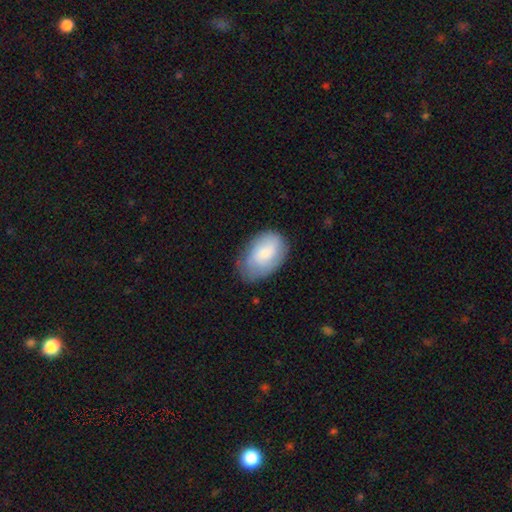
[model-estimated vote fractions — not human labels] Smooth or featured? smooth (72%)
How rounded? in between (91%)
Merging? none (71%)